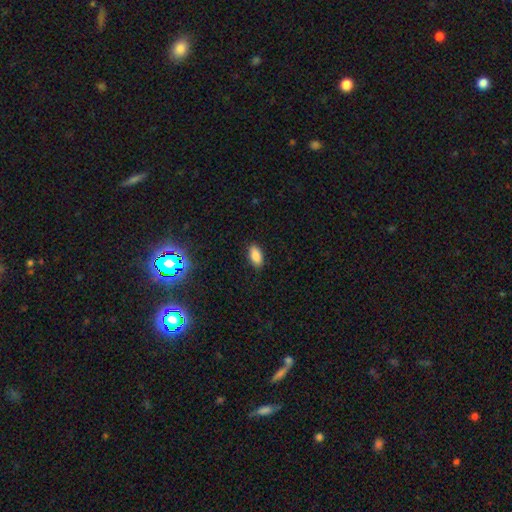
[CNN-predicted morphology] This is clearly a smooth galaxy (86%). How rounded: clearly in between (91%). Merging: clearly none (87%).